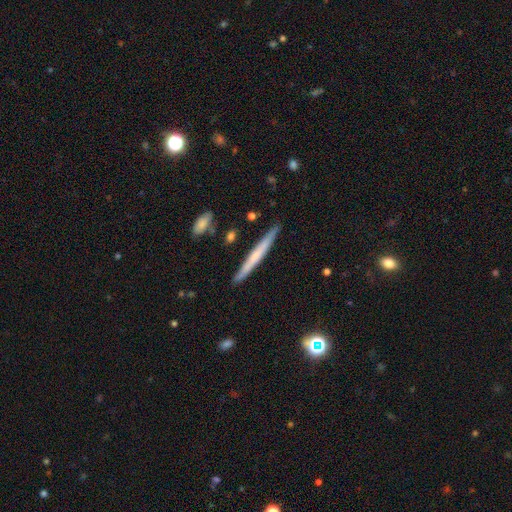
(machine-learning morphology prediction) Overall: smooth (48%; featured or disk 46%). Merging: none (88%).